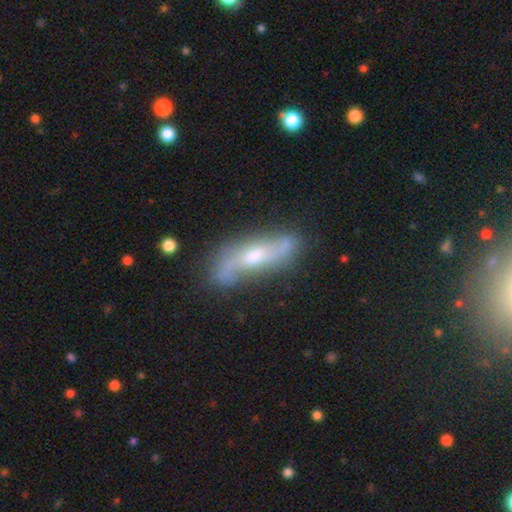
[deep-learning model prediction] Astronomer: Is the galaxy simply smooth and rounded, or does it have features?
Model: featured or disk — 73%.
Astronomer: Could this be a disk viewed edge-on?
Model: no — 73%.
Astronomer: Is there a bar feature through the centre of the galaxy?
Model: no — 46% (runner-up: weak, 39%).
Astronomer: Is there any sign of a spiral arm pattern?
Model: yes — 86%.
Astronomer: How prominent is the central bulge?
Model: moderate — 60%.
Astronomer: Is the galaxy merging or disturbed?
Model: none — 70%.